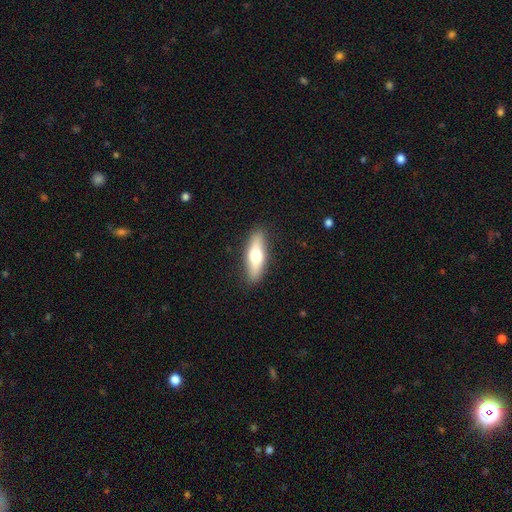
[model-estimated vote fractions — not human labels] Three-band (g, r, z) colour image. It shows a smooth galaxy with no disk features (59%) that is cigar-shaped (54%). Merging: none (88%).